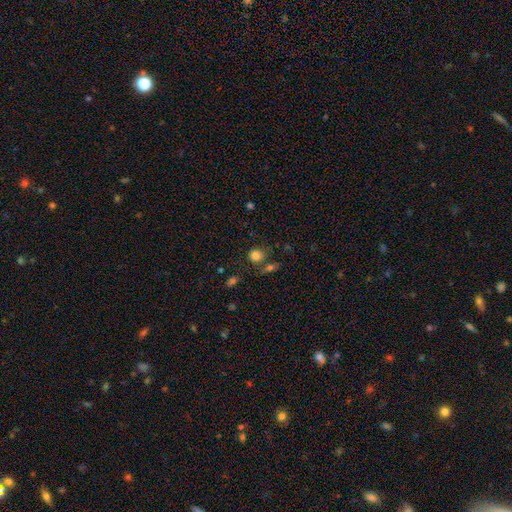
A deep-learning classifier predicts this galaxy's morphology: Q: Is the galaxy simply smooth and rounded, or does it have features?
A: smooth — 80%.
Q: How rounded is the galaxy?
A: round — 76%.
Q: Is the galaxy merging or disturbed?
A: none — 61%.